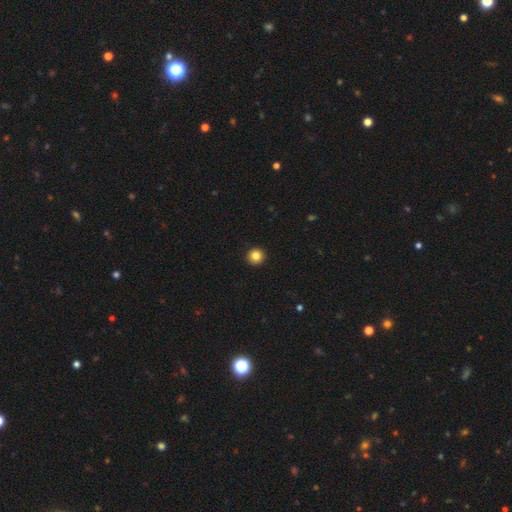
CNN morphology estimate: This appears to be a smooth galaxy with no disk features (84%) that is round (95%). Merging: none (94%).